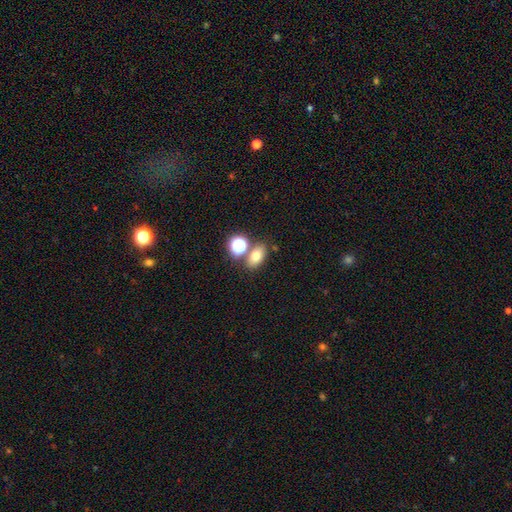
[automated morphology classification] A smooth galaxy with no disk features (73%) that is in between round and cigar-shaped (74%). Merging: none (65%).